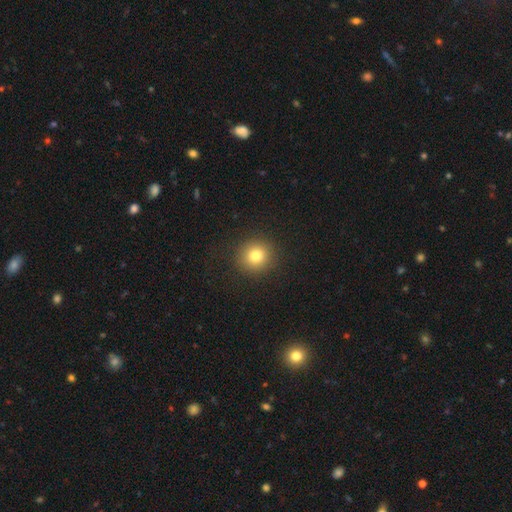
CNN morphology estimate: A smooth galaxy with no disk features (80%) that is round (91%). Merging: none (91%).